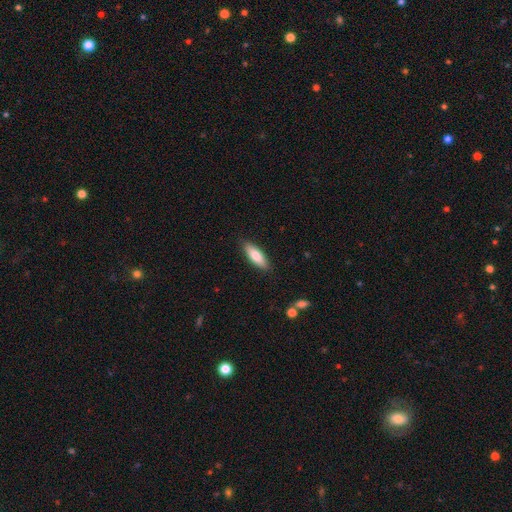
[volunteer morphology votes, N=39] A smooth galaxy with no disk features (72%) that is cigar-shaped (57%).

Vote fractions:
- Smooth or featured? smooth: 72% / featured or disk: 26% / star or artifact: 3%
- How rounded? cigar-shaped: 57% / in between: 43% / round: 0%
- Merging? none: 92% / minor disturbance: 8% / major disturbance: 0% / merger: 0%